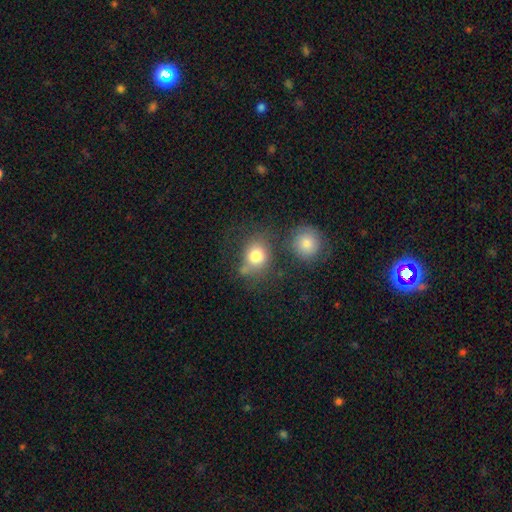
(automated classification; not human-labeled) The model was most divided on "how rounded": round: 66%, in between: 33%, cigar-shaped: 1%. More confident: smooth or featured — smooth (79%); merging — none (56%).